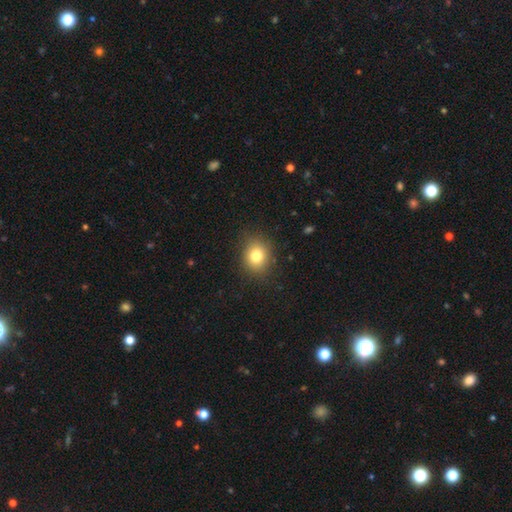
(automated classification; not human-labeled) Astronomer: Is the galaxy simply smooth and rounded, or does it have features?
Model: smooth — 80%.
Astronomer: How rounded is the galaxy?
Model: round — 66%.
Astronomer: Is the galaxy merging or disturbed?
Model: none — 85%.